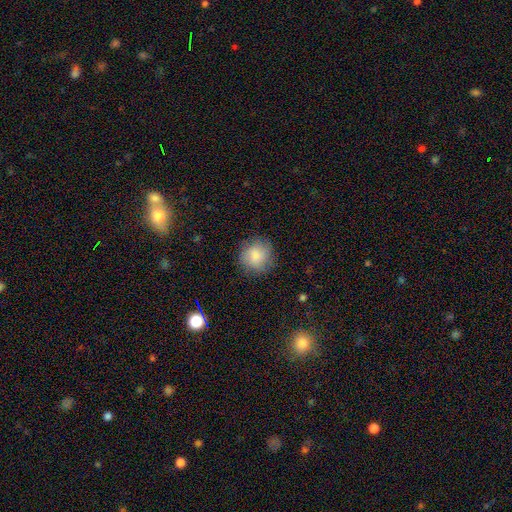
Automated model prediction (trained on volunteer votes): smooth_or_featured: smooth (p=0.83) [alt: featured or disk p=0.09]
how_rounded: round (p=0.91) [alt: in between p=0.08]
merging: none (p=0.81) [alt: minor disturbance p=0.14]